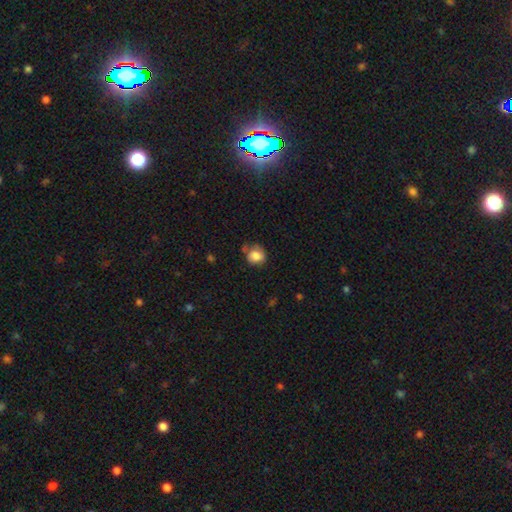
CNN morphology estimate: A smooth galaxy with no disk features (81%) that is round (74%). Merging: none (58%).